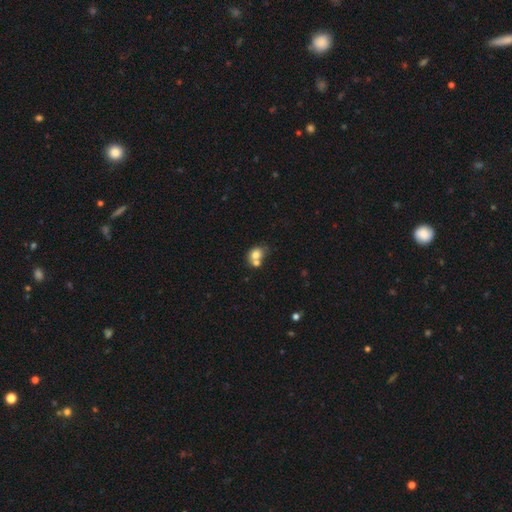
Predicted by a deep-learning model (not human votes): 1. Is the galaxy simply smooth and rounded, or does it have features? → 74% smooth, 16% featured or disk, 10% star or artifact.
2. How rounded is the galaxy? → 59% round, 40% in between, 1% cigar-shaped.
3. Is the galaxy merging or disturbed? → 53% merger, 32% none, 10% minor disturbance, 5% major disturbance.